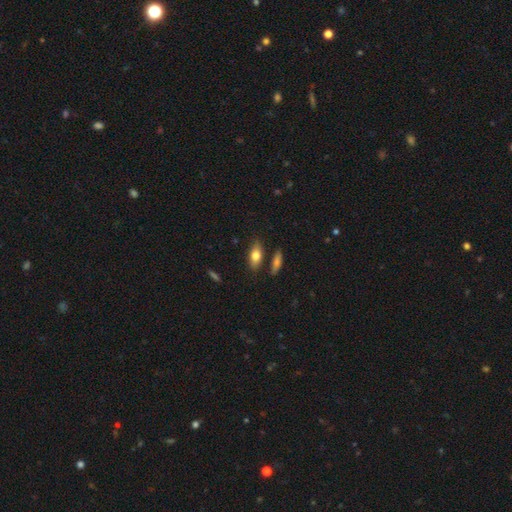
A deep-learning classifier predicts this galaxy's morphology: Smooth or featured?
  - smooth: 76% *
  - featured or disk: 17%
  - star or artifact: 7%
How rounded?
  - in between: 80% *
  - cigar-shaped: 16%
  - round: 4%
Merging?
  - none: 78% *
  - minor disturbance: 12%
  - merger: 7%
  - major disturbance: 3%